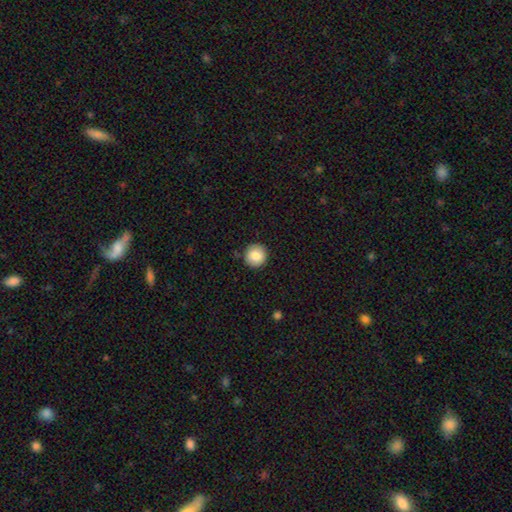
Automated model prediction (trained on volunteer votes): Morphology: type=smooth (84%); roundness=round (93%); merging=none (89%).